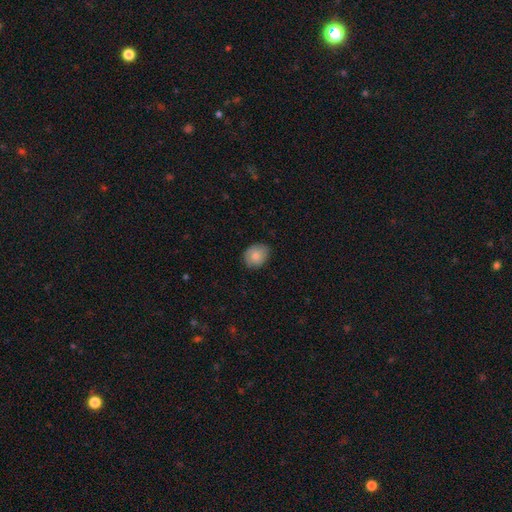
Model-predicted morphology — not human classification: This appears to be a smooth galaxy with no disk features (83%) that is round (54%). Merging: none (75%).